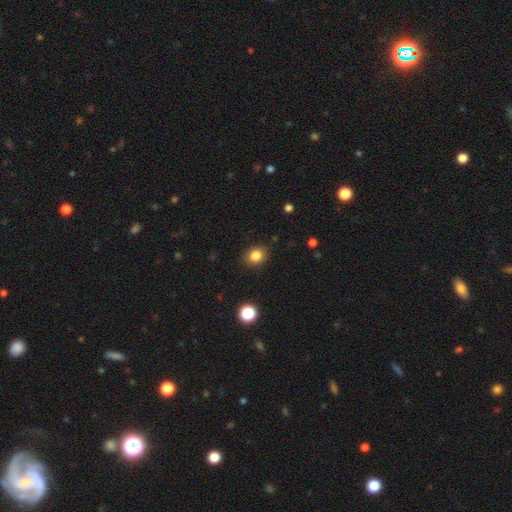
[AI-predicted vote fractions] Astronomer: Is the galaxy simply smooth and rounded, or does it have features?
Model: smooth — 84%.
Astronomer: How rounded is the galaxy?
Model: round — 58% (runner-up: in between, 41%).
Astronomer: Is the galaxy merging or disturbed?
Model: none — 88%.